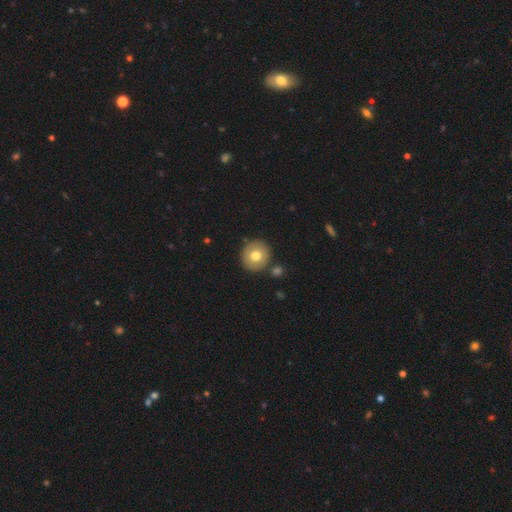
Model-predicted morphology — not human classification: This appears to be a smooth galaxy with no disk features (73%) that is round (91%). Merging: none (84%).